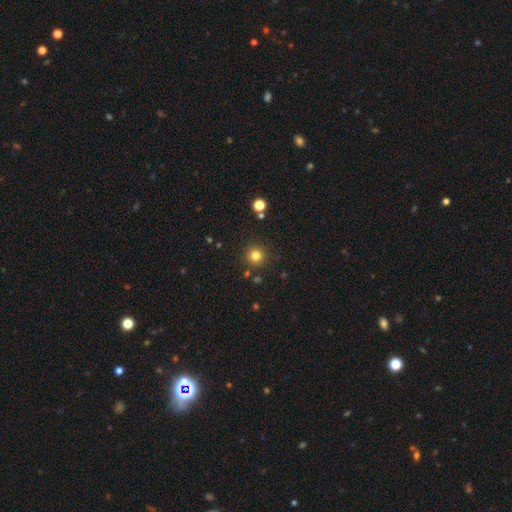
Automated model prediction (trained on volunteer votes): This is clearly a smooth galaxy (80%). How rounded: clearly round (95%). Merging: clearly none (88%).